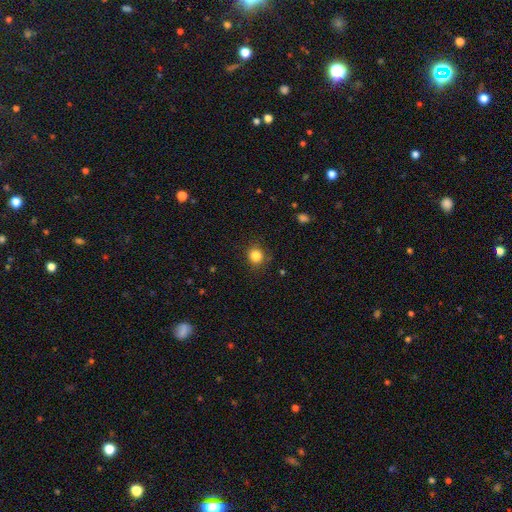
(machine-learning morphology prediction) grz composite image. It shows a smooth galaxy with no disk features (84%) that is round (86%). Merging: none (87%).